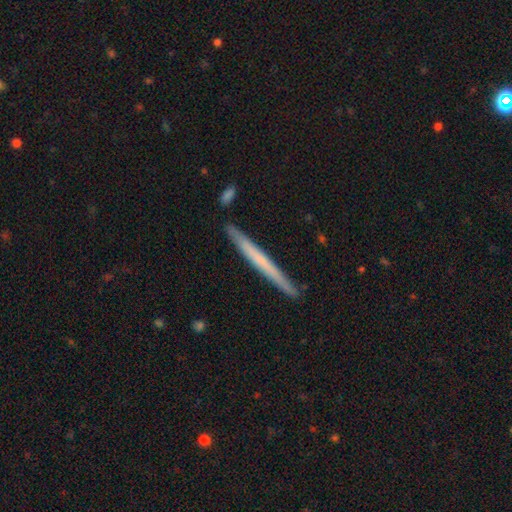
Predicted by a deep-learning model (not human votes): Smooth or featured? Predicted: featured or disk (p=0.49). Merging? Predicted: none (p=0.89).